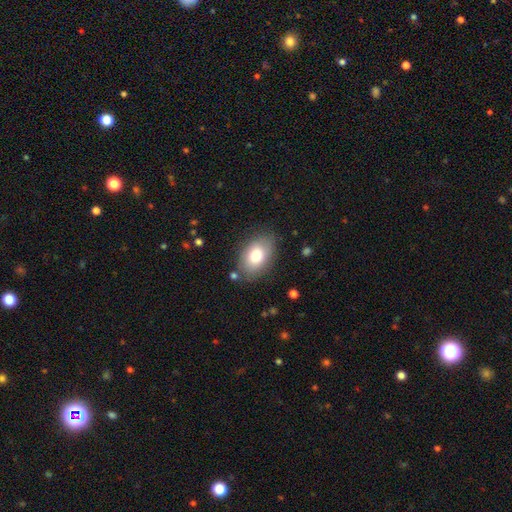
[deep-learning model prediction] Smooth or featured? Predicted: smooth (p=0.79). How rounded? Predicted: in between (p=0.88). Merging? Predicted: none (p=0.80).